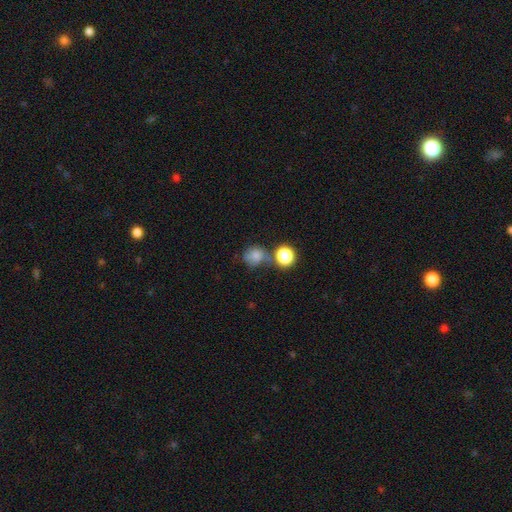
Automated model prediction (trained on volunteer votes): smooth 75%, star or artifact 14%, featured or disk 10%. Down the decision tree: how rounded — round (80%); merging — none (51%).